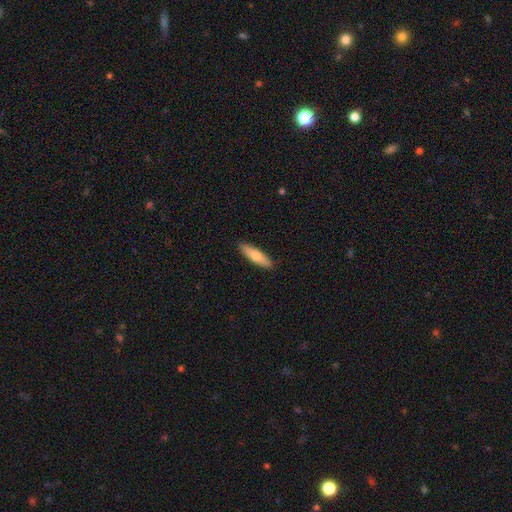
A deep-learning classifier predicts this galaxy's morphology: This appears to be a smooth galaxy with no disk features (72%) that is cigar-shaped (63%). Merging: none (90%).